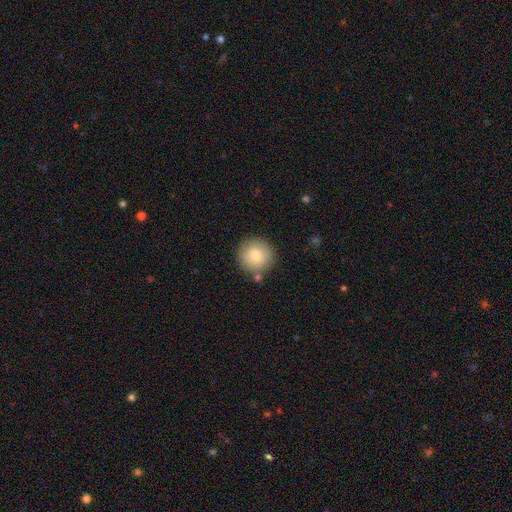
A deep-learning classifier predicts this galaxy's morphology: This appears to be a smooth galaxy with no disk features (80%) that is round (95%). Merging: none (83%).